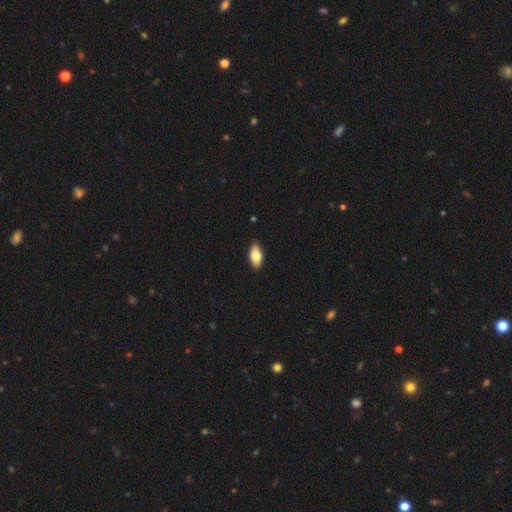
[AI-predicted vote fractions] A smooth galaxy with no disk features (76%) that is in between round and cigar-shaped (89%). Merging: none (89%).